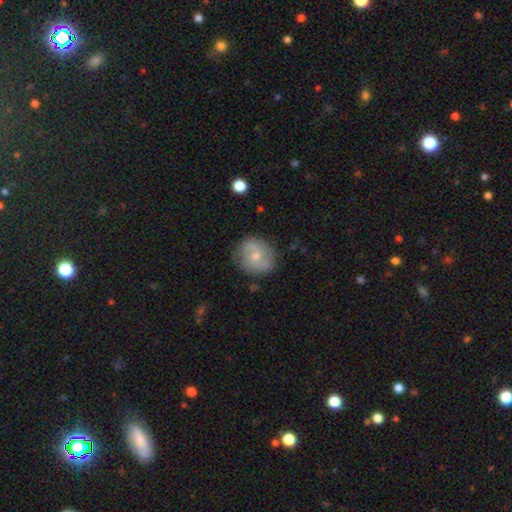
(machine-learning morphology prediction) smooth_or_featured: featured or disk (p=0.52) [alt: smooth p=0.40]
disk_edge_on: no (p=0.97) [alt: yes p=0.03]
bar: no (p=0.65) [alt: weak p=0.30]
has_spiral_arms: yes (p=0.78) [alt: no p=0.22]
bulge_size: small (p=0.51) [alt: moderate p=0.44]
merging: none (p=0.79) [alt: minor disturbance p=0.15]